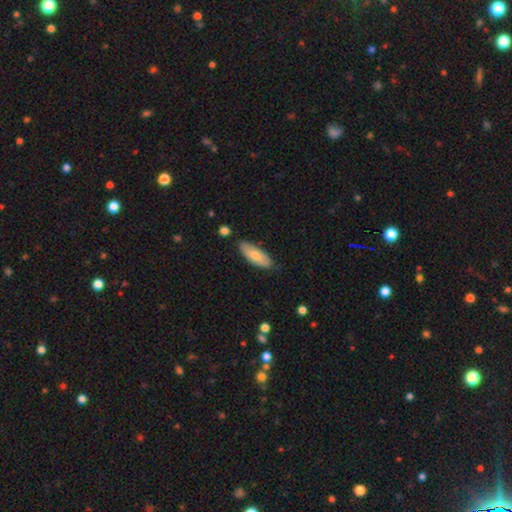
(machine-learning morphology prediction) smooth_or_featured: smooth (p=0.74) [alt: featured or disk p=0.20]
how_rounded: in between (p=0.71) [alt: cigar-shaped p=0.27]
merging: none (p=0.79) [alt: minor disturbance p=0.16]